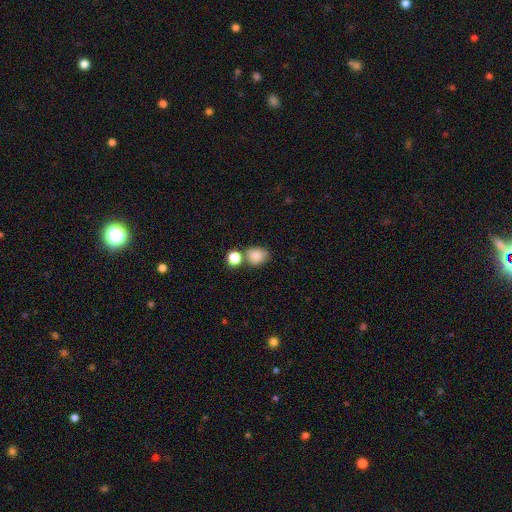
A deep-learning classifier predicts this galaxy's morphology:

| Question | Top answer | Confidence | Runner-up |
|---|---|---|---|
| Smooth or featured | smooth | 84% | star or artifact (10%) |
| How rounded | round | 51% | in between (48%) |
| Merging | none | 62% | merger (20%) |